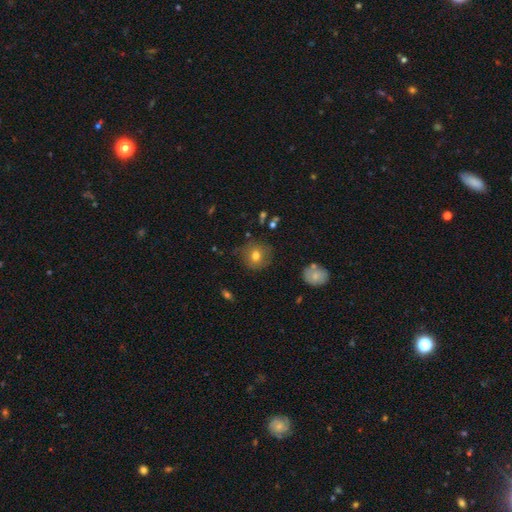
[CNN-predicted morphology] This appears to be a smooth galaxy with no disk features (69%) that is round (87%). Merging: none (77%).